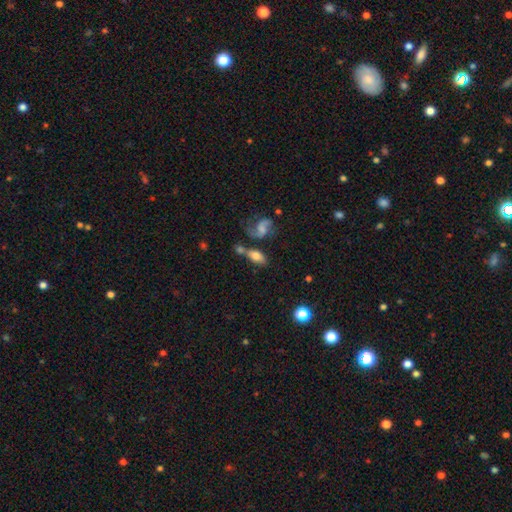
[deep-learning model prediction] Smooth or featured: smooth — 64% (featured or disk — 27%)
How rounded: in between — 85% (round — 7%)
Merging: none — 46% (merger — 29%)